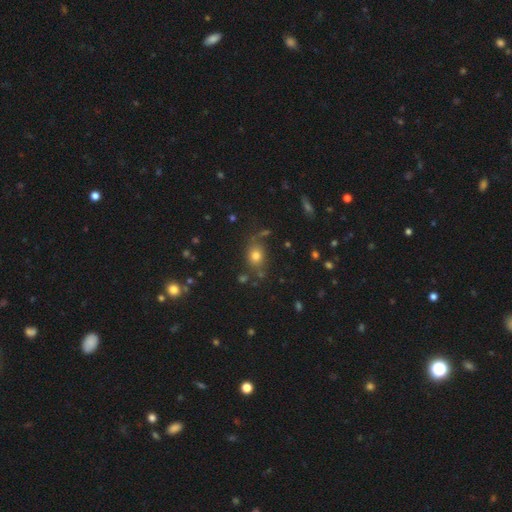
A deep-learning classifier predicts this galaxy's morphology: type=smooth (76%); roundness=in between (49%, tied with round); merging=none (71%).